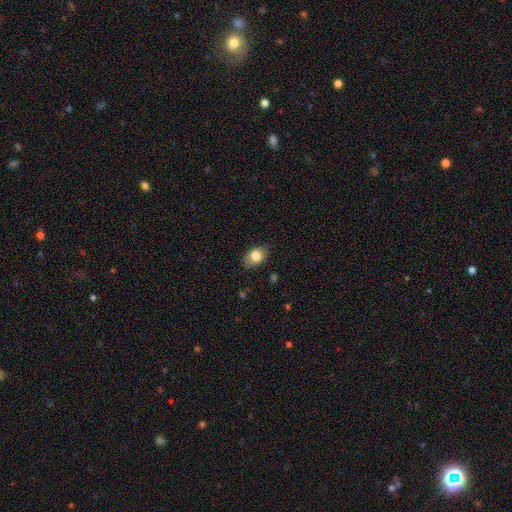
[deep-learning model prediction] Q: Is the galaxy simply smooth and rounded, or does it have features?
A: smooth — 80%.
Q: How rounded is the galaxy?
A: in between — 83%.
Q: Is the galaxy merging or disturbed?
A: none — 80%.